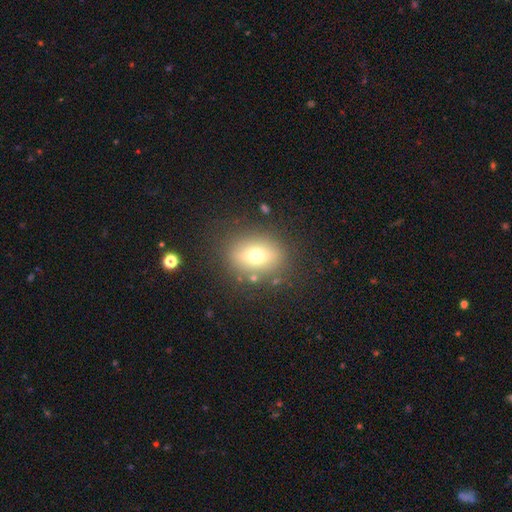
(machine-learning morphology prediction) Smooth or featured?
  - smooth: 69% *
  - featured or disk: 18%
  - star or artifact: 13%
How rounded?
  - in between: 54% *
  - round: 44%
  - cigar-shaped: 2%
Merging?
  - none: 81% *
  - minor disturbance: 11%
  - major disturbance: 5%
  - merger: 3%